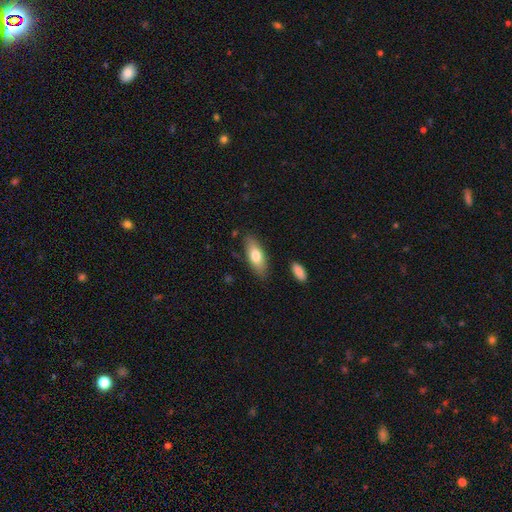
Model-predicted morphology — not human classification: type=smooth (74%); roundness=in between (71%); merging=none (82%).